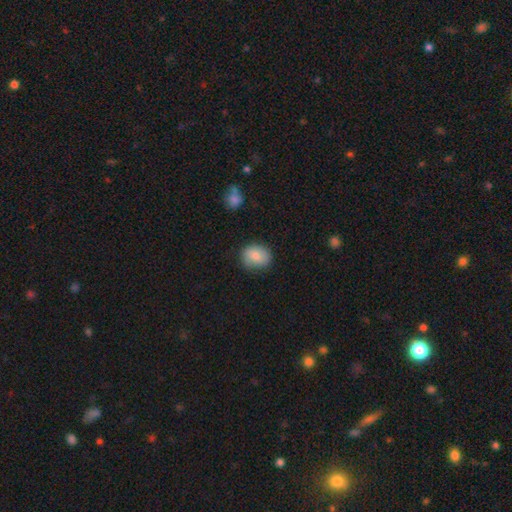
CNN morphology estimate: smooth_or_featured: smooth (p=0.79) [alt: featured or disk p=0.14]
how_rounded: round (p=0.64) [alt: in between p=0.35]
merging: none (p=0.78) [alt: minor disturbance p=0.17]